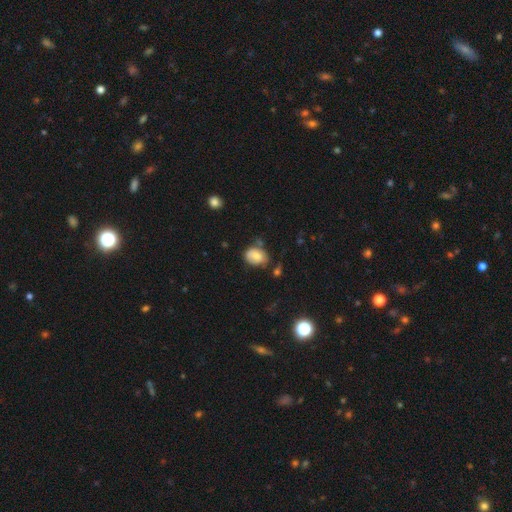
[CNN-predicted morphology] A smooth galaxy with no disk features (70%) that is in between round and cigar-shaped (63%).

Vote fractions:
- Smooth or featured? smooth: 70% / featured or disk: 20% / star or artifact: 9%
- How rounded? in between: 63% / round: 36% / cigar-shaped: 1%
- Merging? none: 52% / minor disturbance: 30% / major disturbance: 9% / merger: 9%